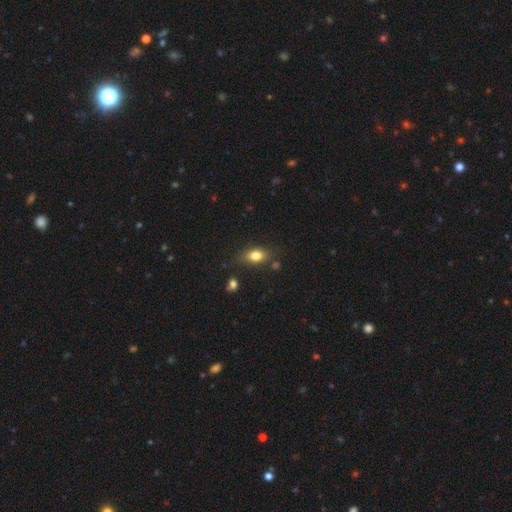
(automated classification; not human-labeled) A smooth galaxy with no disk features (79%) that is in between round and cigar-shaped (81%).

Vote fractions:
- Smooth or featured? smooth: 79% / featured or disk: 12% / star or artifact: 9%
- How rounded? in between: 81% / round: 12% / cigar-shaped: 7%
- Merging? none: 74% / minor disturbance: 17% / merger: 4% / major disturbance: 4%